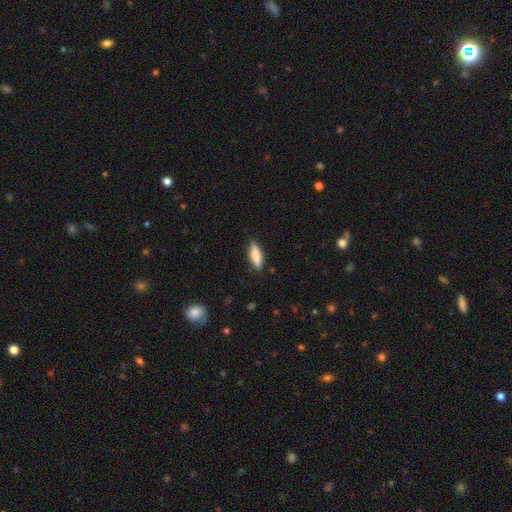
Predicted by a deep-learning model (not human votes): Smooth or featured?
  - smooth: 76% *
  - featured or disk: 18%
  - star or artifact: 6%
How rounded?
  - cigar-shaped: 55% *
  - in between: 43%
  - round: 2%
Merging?
  - none: 84% *
  - minor disturbance: 12%
  - major disturbance: 2%
  - merger: 1%